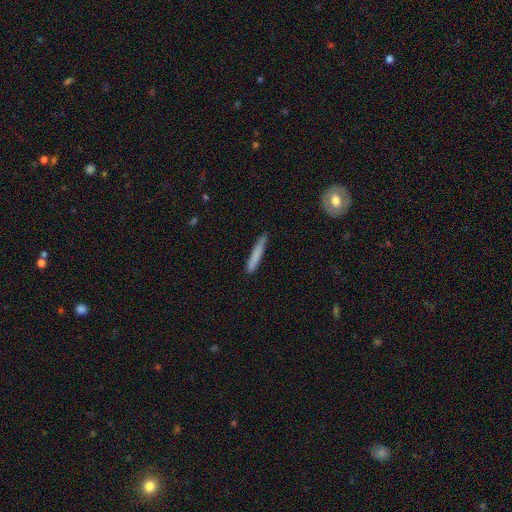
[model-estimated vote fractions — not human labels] Smooth or featured? smooth (77%)
How rounded? cigar-shaped (95%)
Merging? none (84%)